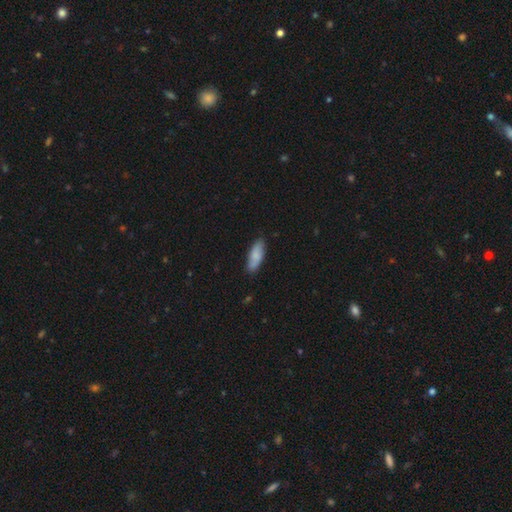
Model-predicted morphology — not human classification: Overall: smooth (80%). How rounded: in between (67%; cigar-shaped 31%). Merging: none (77%).